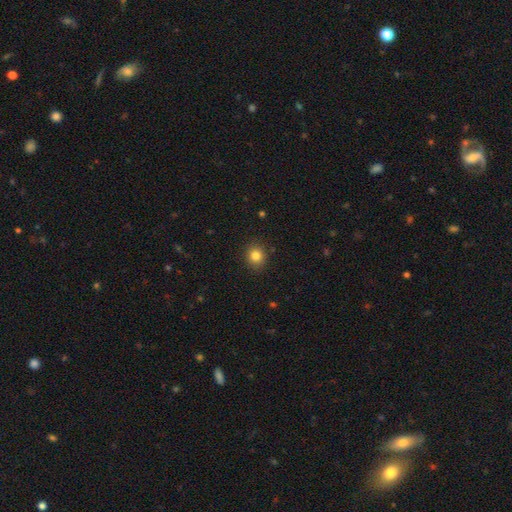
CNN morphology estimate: Q: Smooth or featured?
A: smooth (82%); runner-up: star or artifact (12%)
Q: How rounded?
A: round (82%); runner-up: in between (17%)
Q: Merging?
A: none (90%); runner-up: minor disturbance (7%)